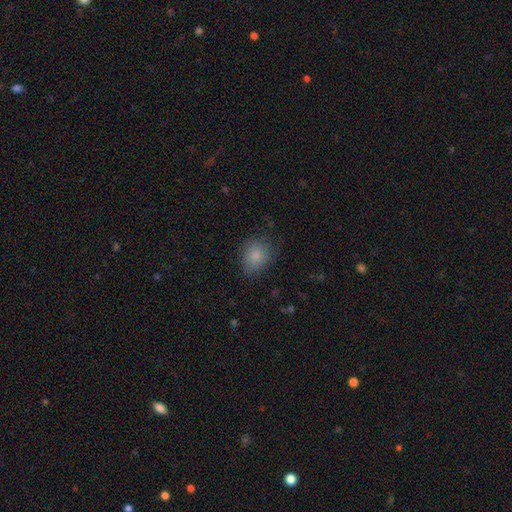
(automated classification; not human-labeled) Morphology: type=smooth (82%); roundness=round (54%); merging=none (70%).